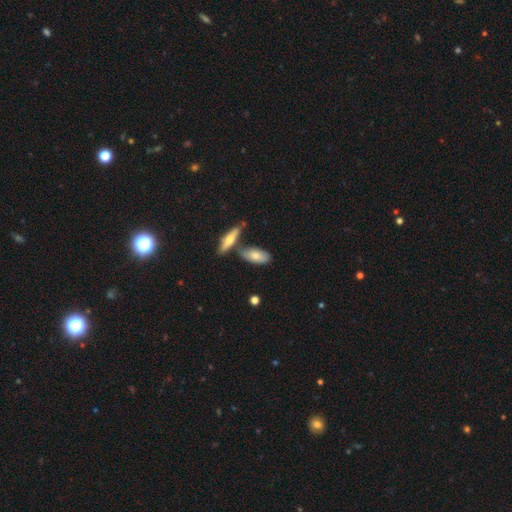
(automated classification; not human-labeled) Smooth or featured?
  - smooth: 71% *
  - featured or disk: 22%
  - star or artifact: 6%
How rounded?
  - in between: 80% *
  - cigar-shaped: 18%
  - round: 2%
Merging?
  - none: 58% *
  - merger: 23%
  - minor disturbance: 15%
  - major disturbance: 4%